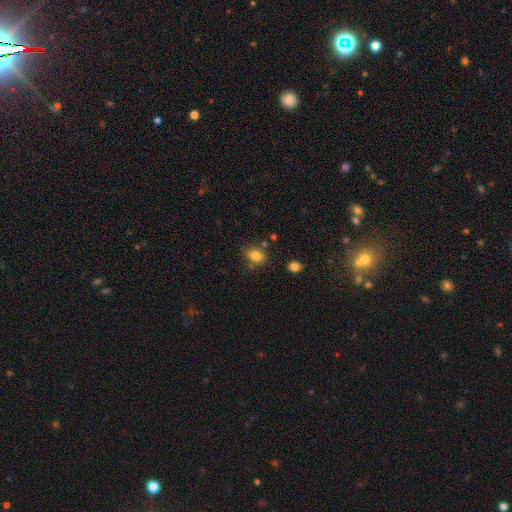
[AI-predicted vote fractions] A smooth galaxy with no disk features (83%) that is in between round and cigar-shaped (72%). Merging: none (71%).